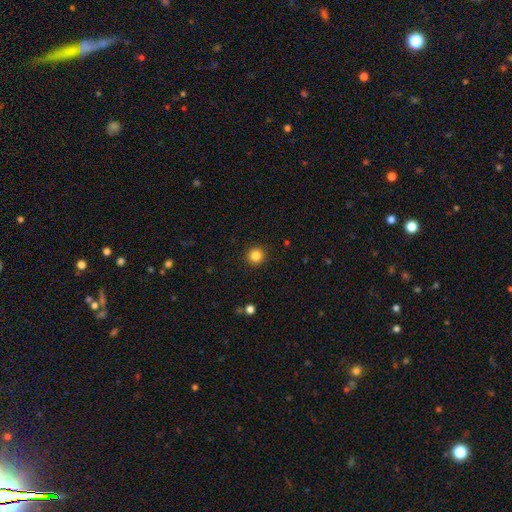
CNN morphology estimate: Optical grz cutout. It shows a smooth galaxy with no disk features (84%) that is round (94%). Merging: none (93%).